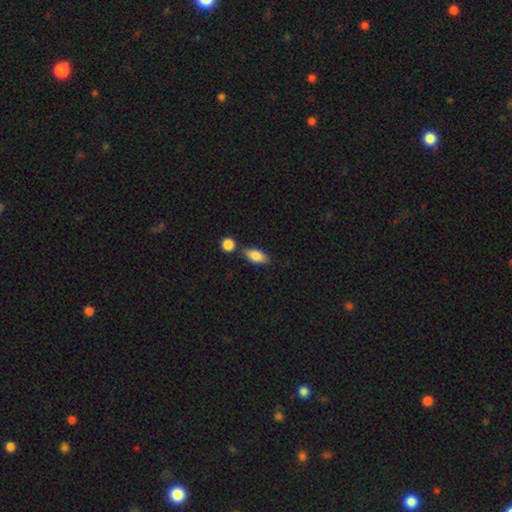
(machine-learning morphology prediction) Smooth or featured?
  - smooth: 82% *
  - featured or disk: 11%
  - star or artifact: 7%
How rounded?
  - in between: 84% *
  - cigar-shaped: 12%
  - round: 4%
Merging?
  - none: 70% *
  - minor disturbance: 14%
  - merger: 12%
  - major disturbance: 3%